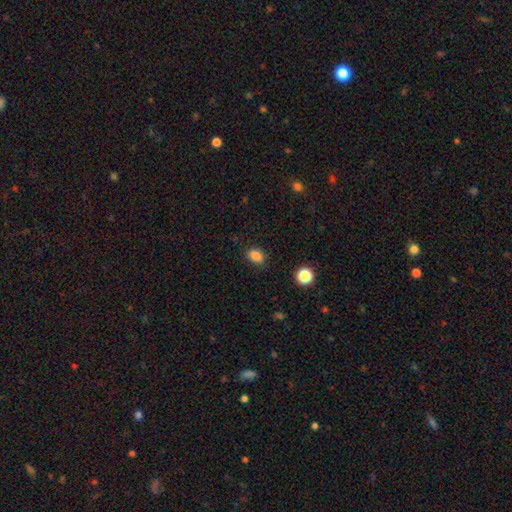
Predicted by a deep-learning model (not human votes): smooth-or-featured: smooth: 84% | star or artifact: 12% | featured or disk: 4%
  how-rounded: in between: 78% | round: 21% | cigar-shaped: 1%
  merging: none: 85% | minor disturbance: 10% | major disturbance: 3% | merger: 1%